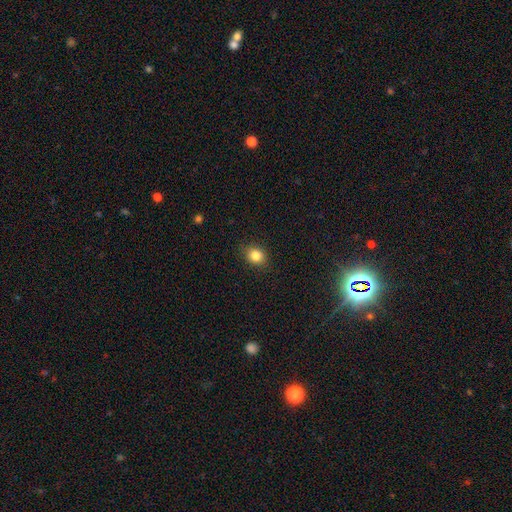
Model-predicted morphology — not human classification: Smooth or featured? Predicted: smooth (p=0.84). How rounded? Predicted: round (p=0.66). Merging? Predicted: none (p=0.87).